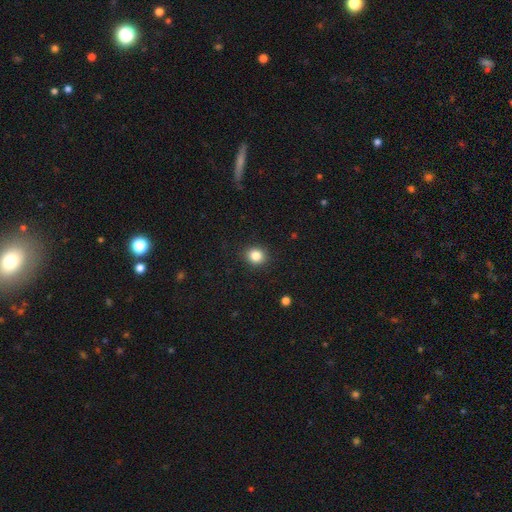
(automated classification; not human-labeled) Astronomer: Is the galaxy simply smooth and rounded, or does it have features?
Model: smooth — 84%.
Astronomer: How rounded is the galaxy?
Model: round — 78%.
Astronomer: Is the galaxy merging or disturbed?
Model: none — 91%.